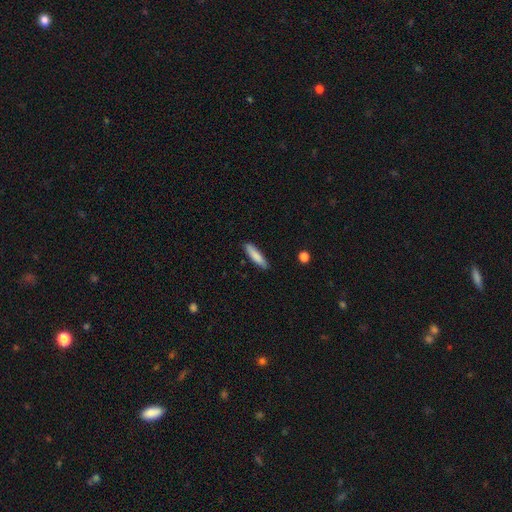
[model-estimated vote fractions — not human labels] Q: Smooth or featured?
A: smooth (84%); runner-up: featured or disk (10%)
Q: How rounded?
A: cigar-shaped (79%); runner-up: in between (20%)
Q: Merging?
A: none (86%); runner-up: minor disturbance (11%)